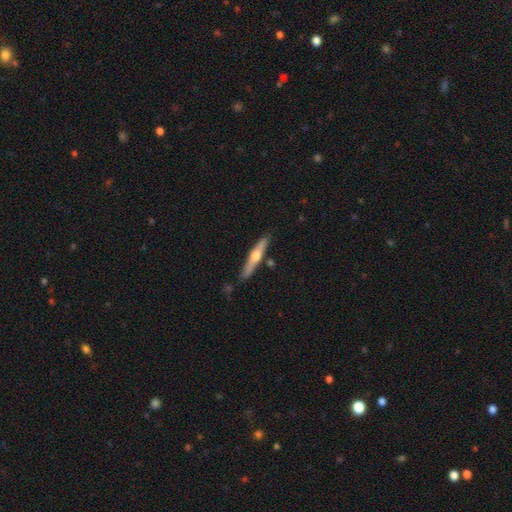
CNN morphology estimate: The model was most divided on "smooth or featured": featured or disk: 58%, smooth: 37%, star or artifact: 5%. More confident: edge-on disk — yes (96%); edge-on bulge — rounded (91%); merging — none (84%).